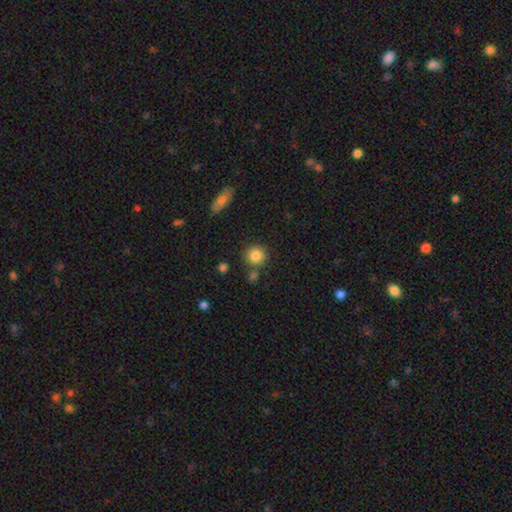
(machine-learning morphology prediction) type=smooth (85%); roundness=round (90%); merging=none (79%).